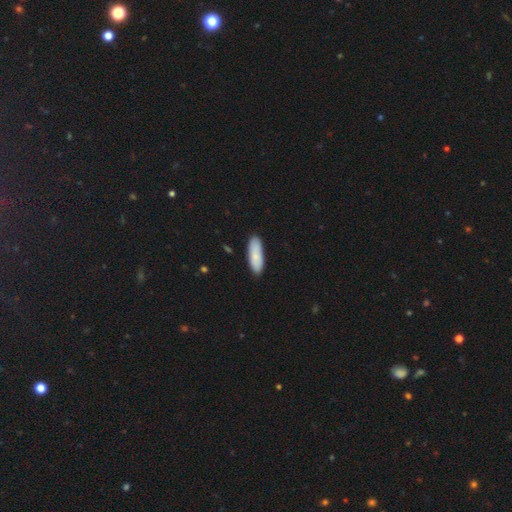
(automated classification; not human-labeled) This is clearly a smooth galaxy (84%). How rounded: likely in between (70%). Merging: clearly none (85%).